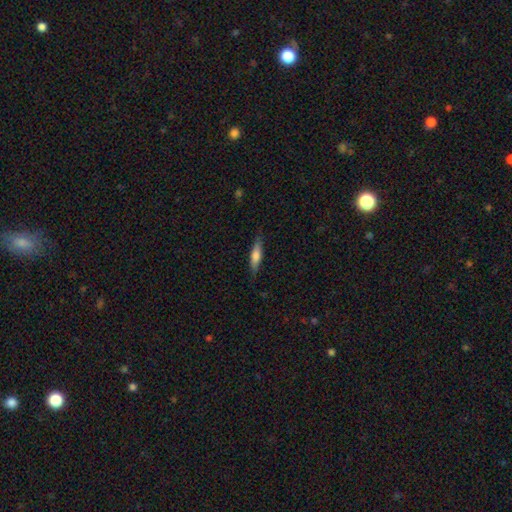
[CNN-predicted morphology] Smooth or featured?
  - smooth: 64% *
  - featured or disk: 30%
  - star or artifact: 6%
How rounded?
  - cigar-shaped: 74% *
  - in between: 24%
  - round: 2%
Merging?
  - none: 83% *
  - minor disturbance: 13%
  - major disturbance: 3%
  - merger: 1%